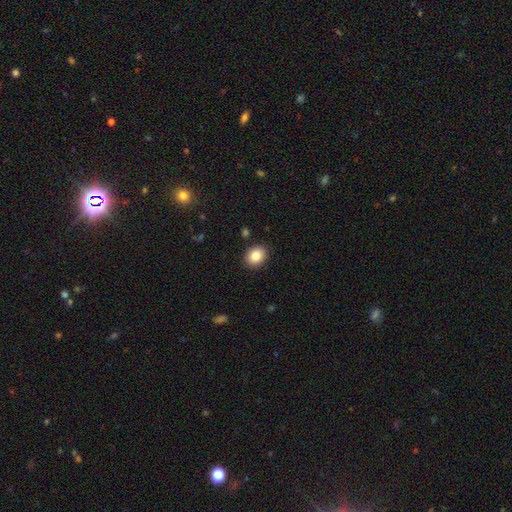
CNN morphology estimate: type=smooth (85%); roundness=round (51%); merging=none (89%).